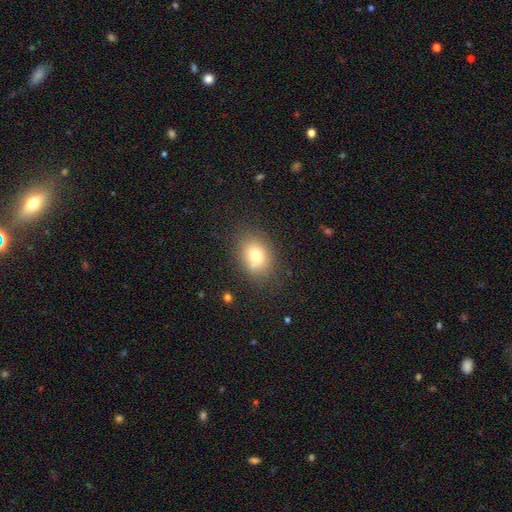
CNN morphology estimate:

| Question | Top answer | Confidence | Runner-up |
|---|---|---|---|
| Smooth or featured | smooth | 74% | featured or disk (14%) |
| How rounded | in between | 57% | round (42%) |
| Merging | none | 75% | minor disturbance (15%) |